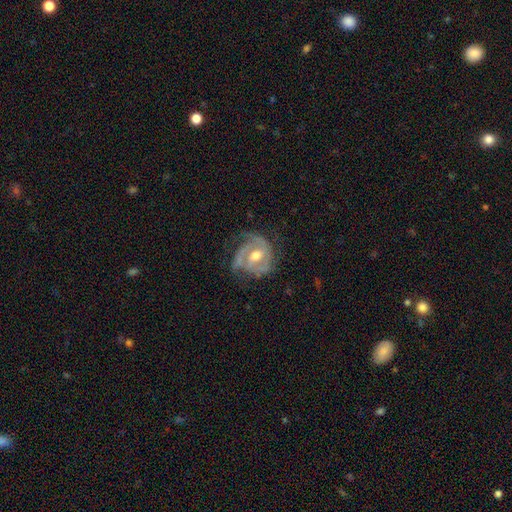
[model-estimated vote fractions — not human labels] This is clearly a featured or disk galaxy (84%). It is clearly not viewed edge-on (97%). Bar: marginally no (45%). Spiral arm pattern: clearly yes (92%). Spiral arm count: marginally 2 (41%). Spiral winding: possibly tight (54%). Central bulge: likely moderate (76%). Merging: possibly none (58%).